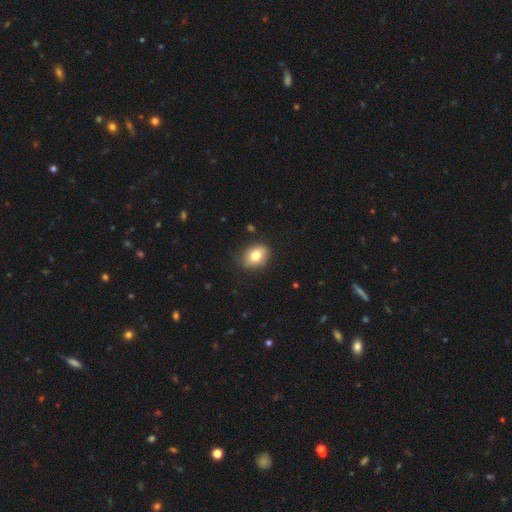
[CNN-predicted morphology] This is likely a smooth galaxy (80%). How rounded: possibly in between (59%). Merging: clearly none (80%).